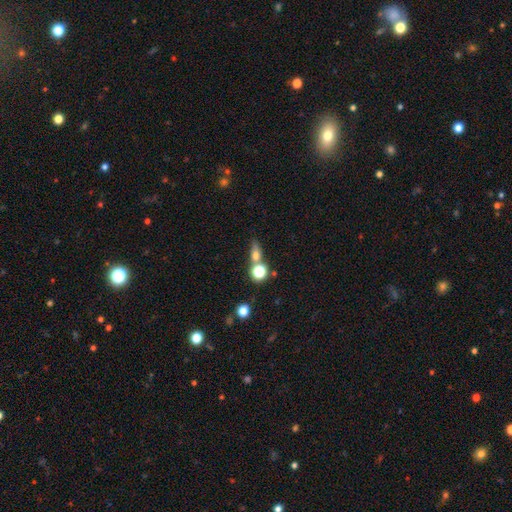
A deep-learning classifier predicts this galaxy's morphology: The model was most divided on "how rounded": in between: 45%, round: 37%, cigar-shaped: 18%. Remaining: smooth or featured — smooth (64%); merging — none (49%).